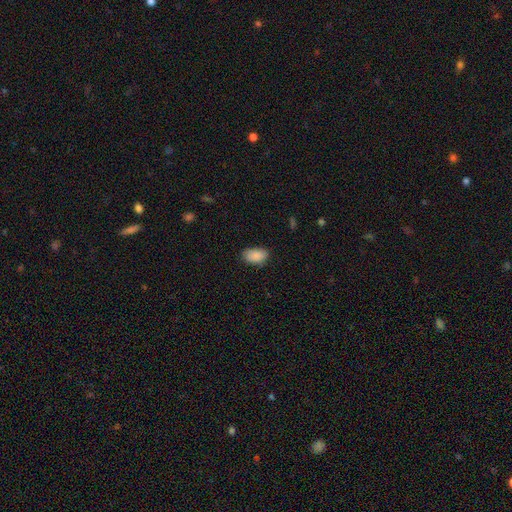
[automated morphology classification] smooth_or_featured: smooth (p=0.88) [alt: star or artifact p=0.07]
how_rounded: in between (p=0.92) [alt: round p=0.07]
merging: none (p=0.75) [alt: minor disturbance p=0.20]